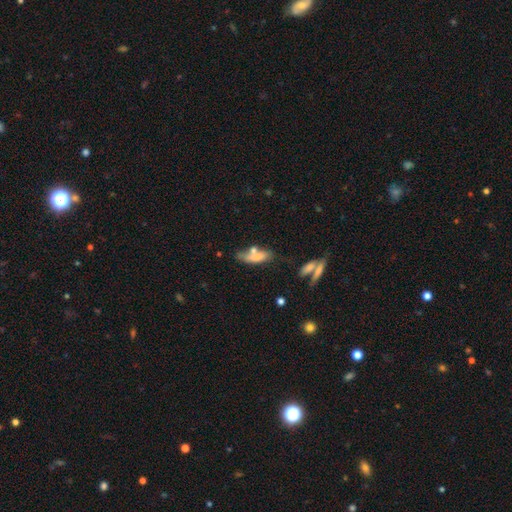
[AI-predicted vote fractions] A smooth galaxy with no disk features (70%) that is in between round and cigar-shaped (57%). Merging: none (41%).